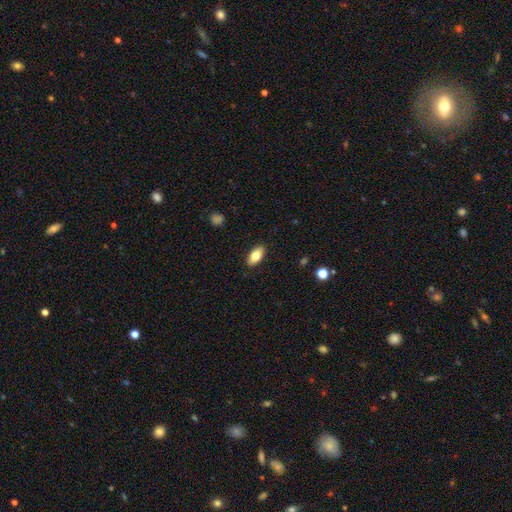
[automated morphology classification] type=smooth (78%); roundness=in between (90%); merging=none (89%).